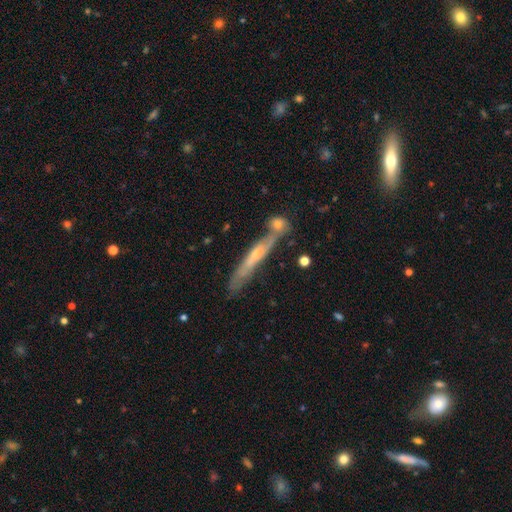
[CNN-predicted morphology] smooth-or-featured: featured or disk: 63% | smooth: 28% | star or artifact: 9%
  disk-edge-on: yes: 87% | no: 13%
    edge-on-bulge: rounded: 58% | none: 37% | boxy: 6%
  merging: none: 59% | merger: 20% | minor disturbance: 16% | major disturbance: 5%